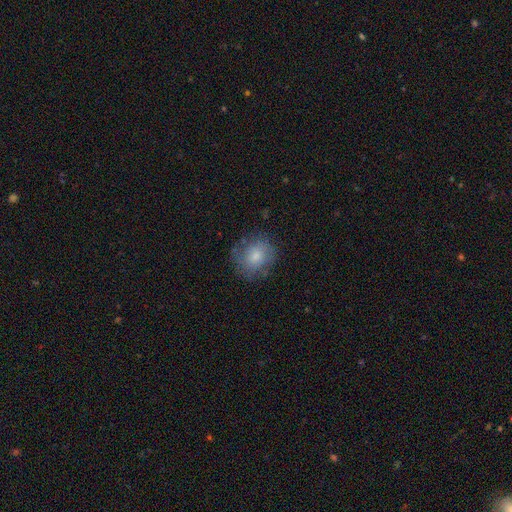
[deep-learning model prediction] Smooth or featured? smooth (73%)
How rounded? round (77%)
Merging? none (73%)